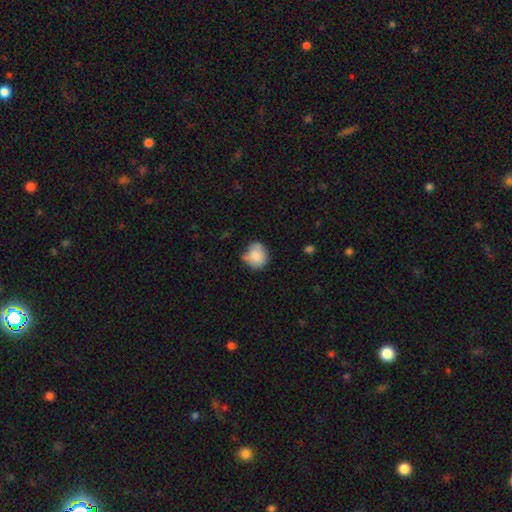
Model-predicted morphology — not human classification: This appears to be a smooth galaxy with no disk features (82%) that is round (74%). Merging: none (56%).